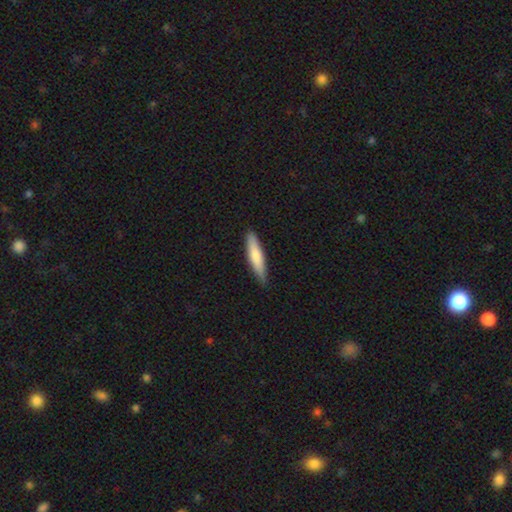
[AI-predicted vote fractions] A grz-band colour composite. It shows a smooth galaxy with no disk features (73%) that is cigar-shaped (83%). Merging: none (85%).